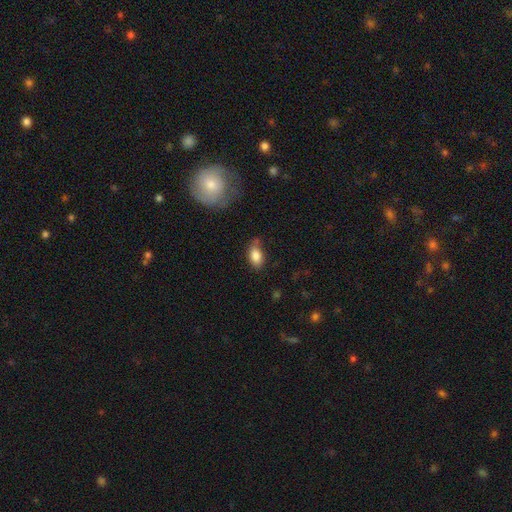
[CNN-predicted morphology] smooth-or-featured: smooth: 84% | featured or disk: 9% | star or artifact: 8%
  how-rounded: in between: 89% | round: 7% | cigar-shaped: 4%
  merging: none: 56% | minor disturbance: 32% | major disturbance: 8% | merger: 4%